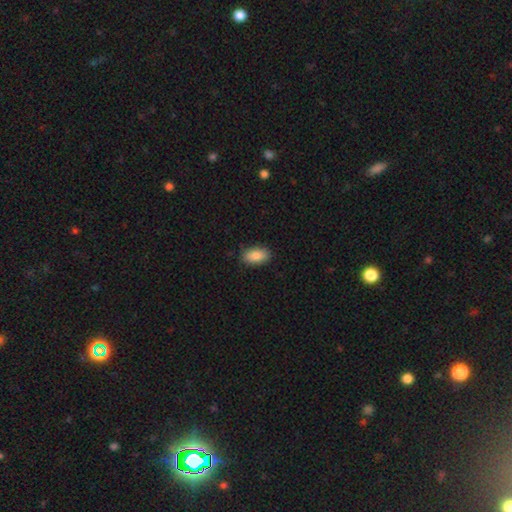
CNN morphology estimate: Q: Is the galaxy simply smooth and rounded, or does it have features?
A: smooth — 86%.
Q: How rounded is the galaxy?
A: in between — 92%.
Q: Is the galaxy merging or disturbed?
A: none — 87%.